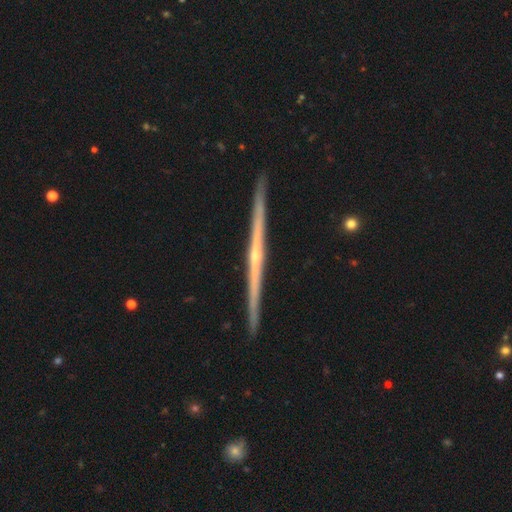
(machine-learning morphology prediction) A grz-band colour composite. It shows a featured or disk galaxy (84%) viewed edge-on (98%) with a rounded central bulge (54%). Merging: none (92%).